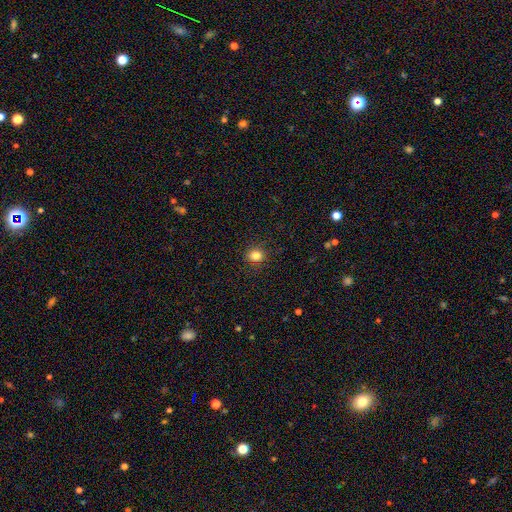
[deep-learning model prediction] Smooth or featured?
  - smooth: 82% *
  - star or artifact: 13%
  - featured or disk: 5%
How rounded?
  - round: 82% *
  - in between: 17%
  - cigar-shaped: 1%
Merging?
  - none: 89% *
  - minor disturbance: 8%
  - major disturbance: 3%
  - merger: 1%